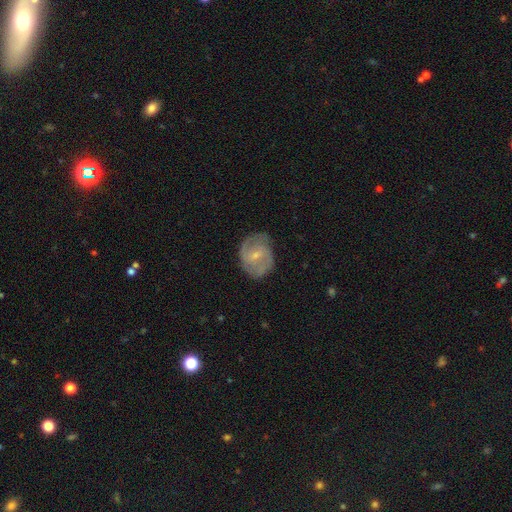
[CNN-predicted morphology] A featured or disk galaxy (72%) with a weak bar (55%), 2 (70%) medium (48%) spiral arms (89%) and a small central bulge (65%).

Vote fractions:
- Smooth or featured? featured or disk: 72% / smooth: 22% / star or artifact: 6%
- Edge-on disk? no: 97% / yes: 3%
- Bar? weak: 55% / no: 27% / strong: 18%
- Spiral arms? yes: 89% / no: 11%
- Spiral winding? medium: 48% / tight: 34% / loose: 18%
- Spiral arm count? 2: 70% / can't tell: 15% / 3: 8% / 1: 3% / 4: 2% / more than 4: 2%
- Bulge size? small: 65% / moderate: 30% / none: 3% / large: 1% / dominant: 1%
- Merging? none: 73% / minor disturbance: 19% / major disturbance: 7% / merger: 1%